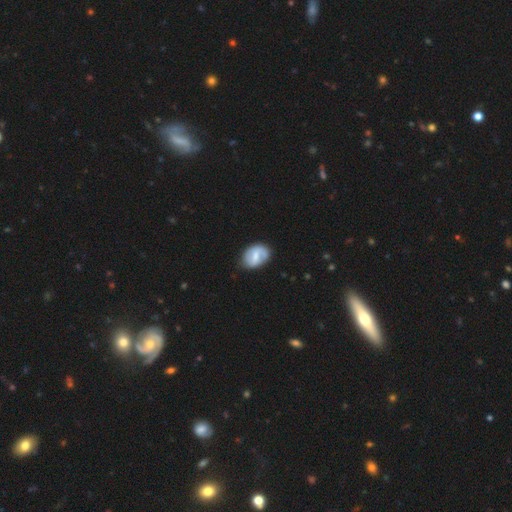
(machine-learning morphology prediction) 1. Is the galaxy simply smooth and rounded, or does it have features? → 54% featured or disk, 40% smooth, 6% star or artifact.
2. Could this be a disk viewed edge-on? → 96% no, 4% yes.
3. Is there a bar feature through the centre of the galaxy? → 52% weak, 27% strong, 20% no.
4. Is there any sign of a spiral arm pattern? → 72% yes, 28% no.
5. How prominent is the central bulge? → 44% moderate, 38% small, 11% none, 5% large, 1% dominant.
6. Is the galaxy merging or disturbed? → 74% none, 19% minor disturbance, 5% major disturbance, 2% merger.